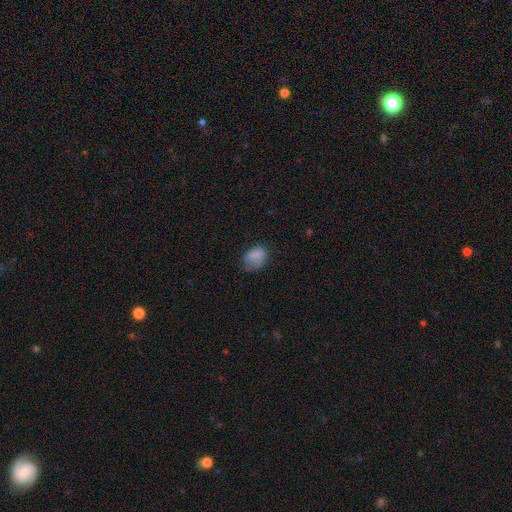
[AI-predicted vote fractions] A smooth galaxy with no disk features (78%) that is in between round and cigar-shaped (73%). Merging: none (45%).